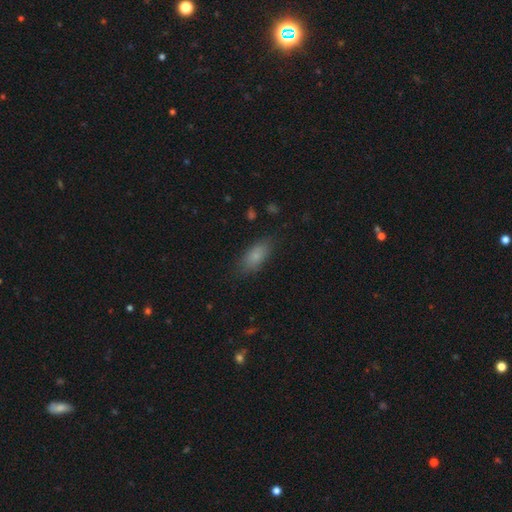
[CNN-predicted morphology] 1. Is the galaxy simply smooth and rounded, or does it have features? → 79% smooth, 12% featured or disk, 9% star or artifact.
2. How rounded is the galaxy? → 84% in between, 12% cigar-shaped, 4% round.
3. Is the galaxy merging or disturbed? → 76% none, 17% minor disturbance, 5% major disturbance, 1% merger.